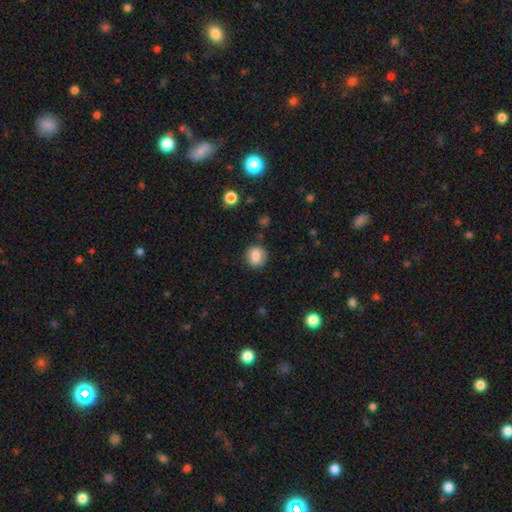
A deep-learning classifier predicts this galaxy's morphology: smooth 84%, star or artifact 9%, featured or disk 7%. Down the decision tree: how rounded — round (79%); merging — none (81%).